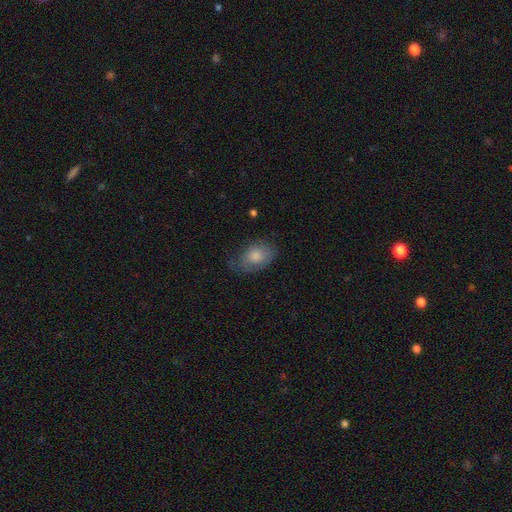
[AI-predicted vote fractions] Smooth or featured? Predicted: smooth (p=0.73). How rounded? Predicted: in between (p=0.84). Merging? Predicted: none (p=0.61).